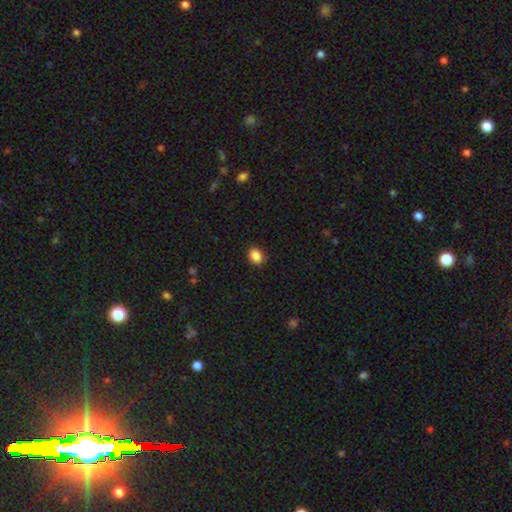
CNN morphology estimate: smooth-or-featured: smooth: 87% | star or artifact: 10% | featured or disk: 3%
  how-rounded: in between: 56% | round: 43% | cigar-shaped: 1%
  merging: none: 87% | minor disturbance: 10% | major disturbance: 2% | merger: 1%